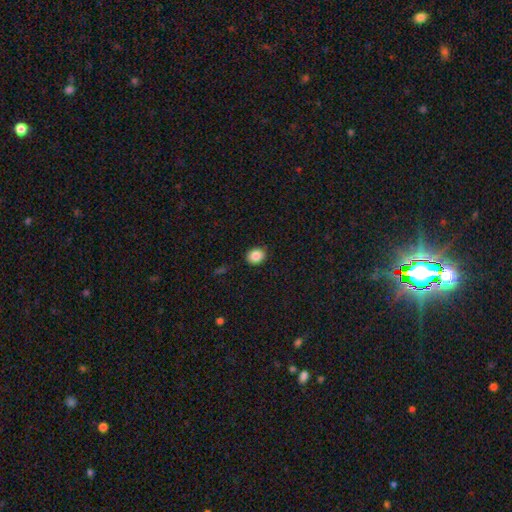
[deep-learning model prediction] A smooth galaxy with no disk features (87%) that is round (55%).

Vote fractions:
- Smooth or featured? smooth: 87% / star or artifact: 9% / featured or disk: 4%
- How rounded? round: 55% / in between: 44% / cigar-shaped: 1%
- Merging? none: 88% / minor disturbance: 9% / major disturbance: 2% / merger: 1%